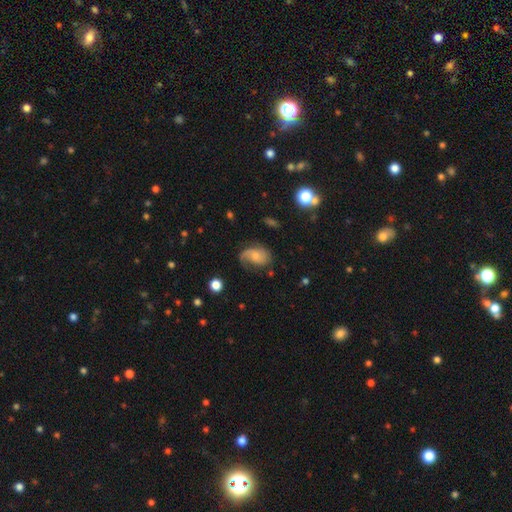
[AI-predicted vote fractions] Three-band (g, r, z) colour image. It shows a featured or disk galaxy (63%) with no bar (69%), 2 (47%) medium (40%) spiral arms (91%) and a small central bulge (50%). Merging: none (52%).